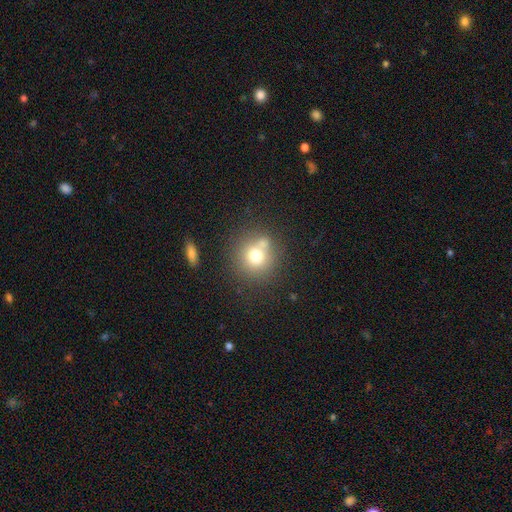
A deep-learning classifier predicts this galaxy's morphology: A smooth galaxy with no disk features (72%) that is round (89%). Merging: none (60%).